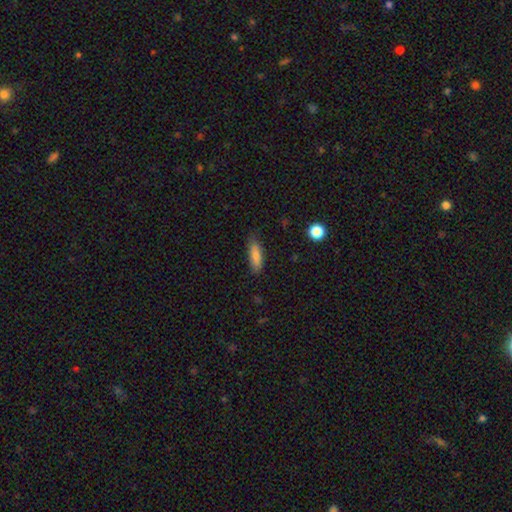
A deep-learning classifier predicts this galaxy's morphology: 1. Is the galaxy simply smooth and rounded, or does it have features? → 82% smooth, 11% featured or disk, 7% star or artifact.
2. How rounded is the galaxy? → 59% in between, 39% cigar-shaped, 2% round.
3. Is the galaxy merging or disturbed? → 75% none, 20% minor disturbance, 4% major disturbance, 1% merger.